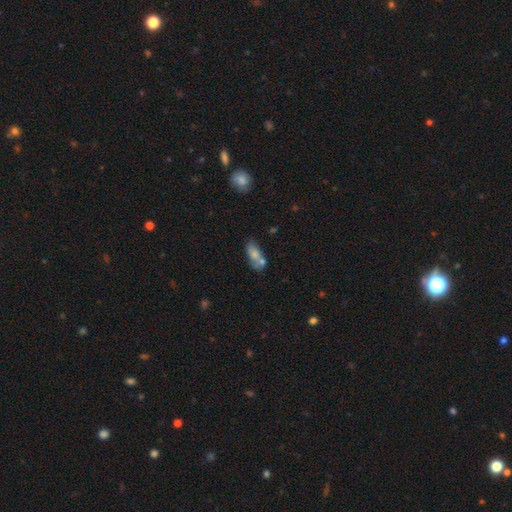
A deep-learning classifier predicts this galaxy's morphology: The model was most divided on "merging": none: 44%, merger: 31%, minor disturbance: 18%, major disturbance: 7%. More confident: how rounded — in between (85%); smooth or featured — smooth (70%).